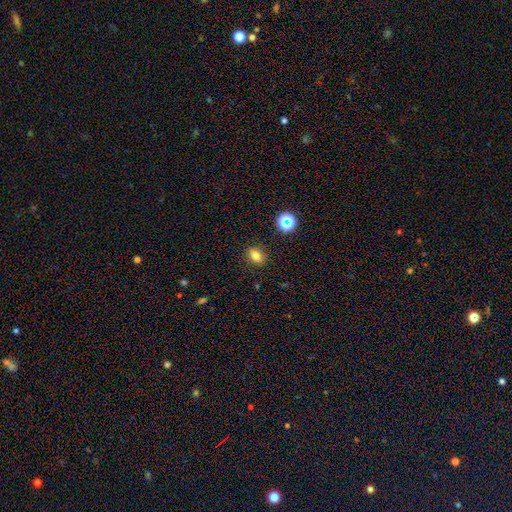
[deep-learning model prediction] smooth 74%, star or artifact 16%, featured or disk 10%. Down the decision tree: how rounded — in between (63%); merging — none (87%).